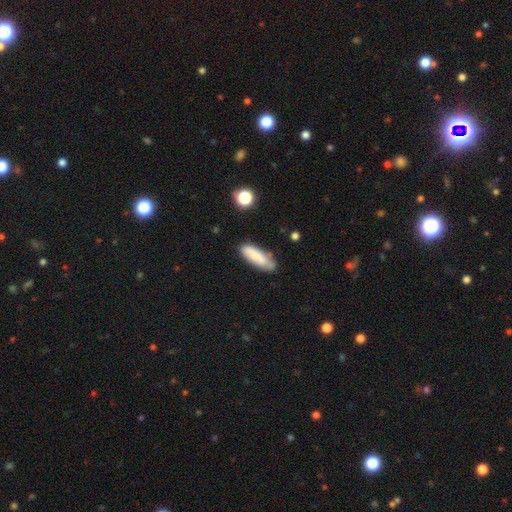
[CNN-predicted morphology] Q: Smooth or featured?
A: smooth (77%); runner-up: featured or disk (16%)
Q: How rounded?
A: in between (58%); runner-up: cigar-shaped (40%)
Q: Merging?
A: none (71%); runner-up: minor disturbance (21%)